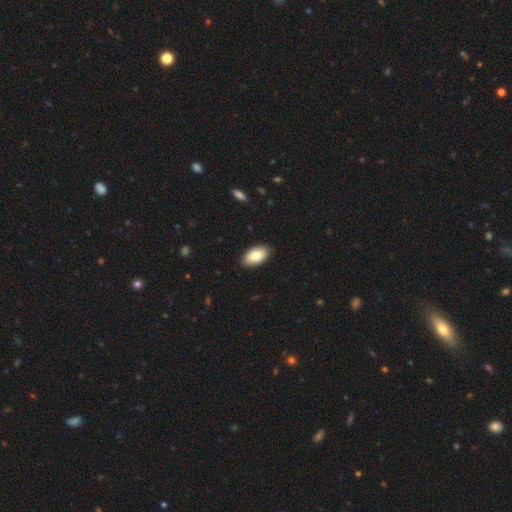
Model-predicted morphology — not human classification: This is clearly a smooth galaxy (80%). How rounded: clearly in between (95%). Merging: clearly none (89%).